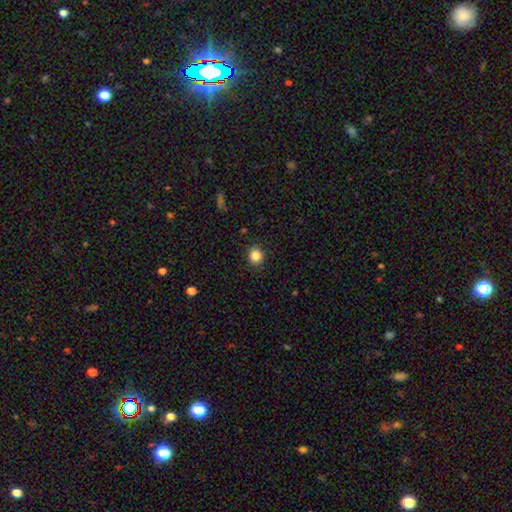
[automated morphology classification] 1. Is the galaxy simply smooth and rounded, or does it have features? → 86% smooth, 11% star or artifact, 4% featured or disk.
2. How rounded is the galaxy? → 81% round, 18% in between, 1% cigar-shaped.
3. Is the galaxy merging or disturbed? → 90% none, 7% minor disturbance, 2% major disturbance, 1% merger.